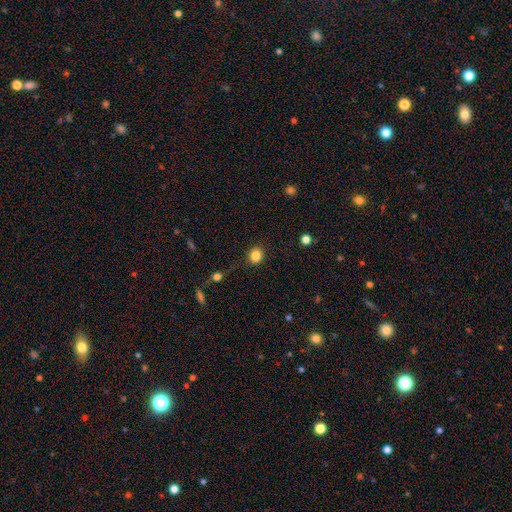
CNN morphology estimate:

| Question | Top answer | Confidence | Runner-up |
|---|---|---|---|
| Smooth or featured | smooth | 84% | star or artifact (11%) |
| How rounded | round | 80% | in between (19%) |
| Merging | none | 87% | minor disturbance (8%) |